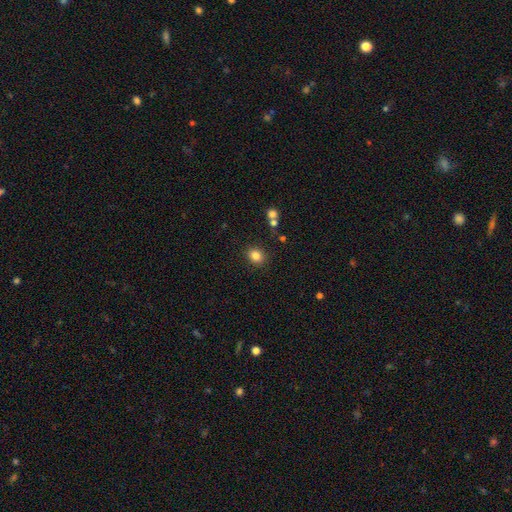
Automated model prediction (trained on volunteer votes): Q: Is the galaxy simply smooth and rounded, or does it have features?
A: smooth — 83%.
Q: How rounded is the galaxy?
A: round — 52%.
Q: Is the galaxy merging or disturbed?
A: none — 87%.